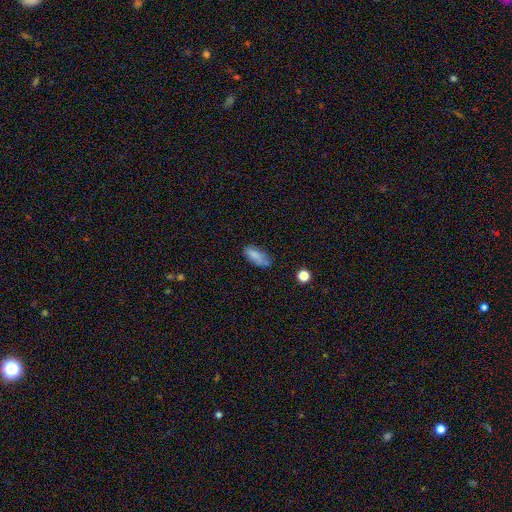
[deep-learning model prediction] Smooth or featured? smooth (77%)
How rounded? in between (83%)
Merging? none (54%)